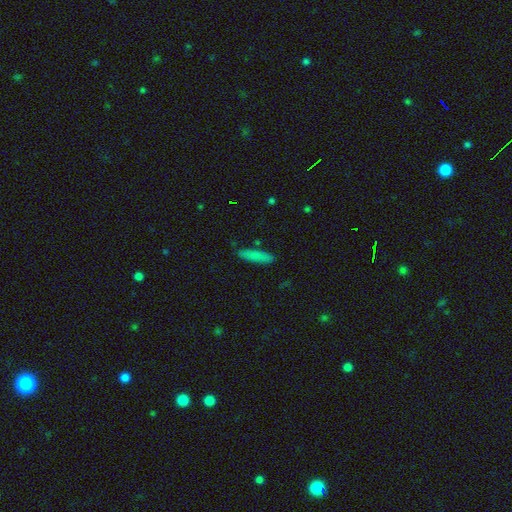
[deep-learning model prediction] Morphology: type=smooth (81%); roundness=cigar-shaped (80%); merging=none (86%).